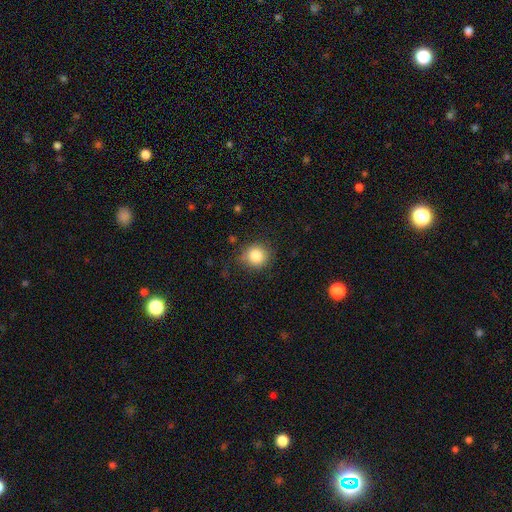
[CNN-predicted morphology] The model was most divided on "merging": none: 78%, minor disturbance: 16%, major disturbance: 4%, merger: 1%. More confident: how rounded — round (87%); smooth or featured — smooth (83%).